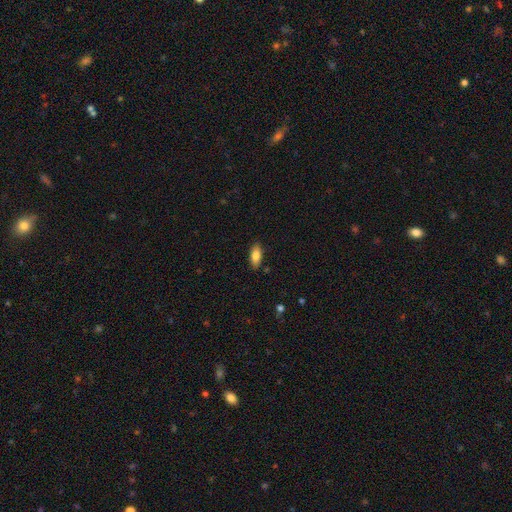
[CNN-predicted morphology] Smooth or featured?
  - smooth: 83% *
  - featured or disk: 10%
  - star or artifact: 7%
How rounded?
  - in between: 83% *
  - cigar-shaped: 14%
  - round: 2%
Merging?
  - none: 86% *
  - minor disturbance: 10%
  - major disturbance: 2%
  - merger: 1%